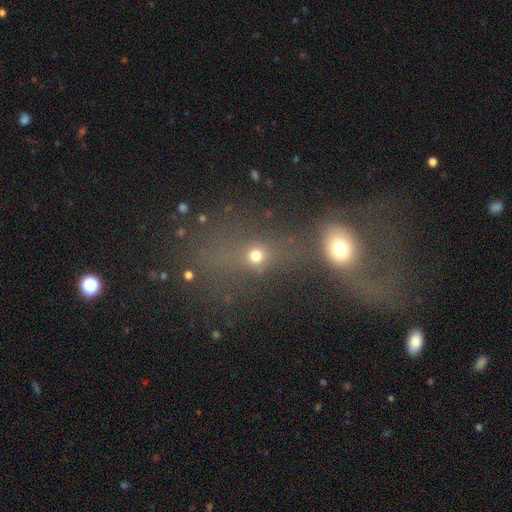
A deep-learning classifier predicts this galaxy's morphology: A smooth galaxy with no disk features (56%) that is round (58%).

Vote fractions:
- Smooth or featured? smooth: 56% / star or artifact: 29% / featured or disk: 15%
- How rounded? round: 58% / in between: 31% / cigar-shaped: 11%
- Merging? none: 47% / merger: 26% / major disturbance: 13% / minor disturbance: 13%